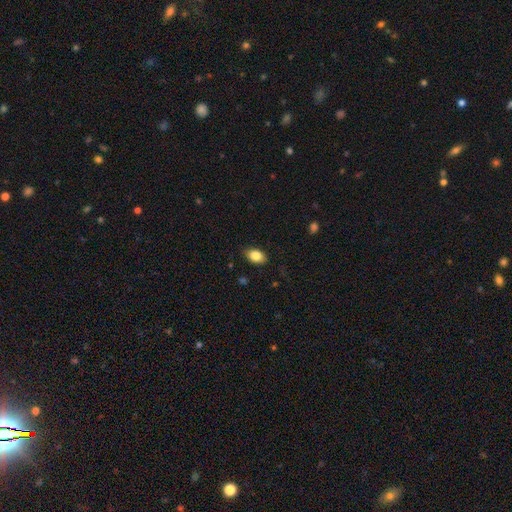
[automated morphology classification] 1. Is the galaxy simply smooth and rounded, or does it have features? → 85% smooth, 8% star or artifact, 8% featured or disk.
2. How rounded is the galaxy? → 87% in between, 11% round, 1% cigar-shaped.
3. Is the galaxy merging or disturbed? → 84% none, 13% minor disturbance, 3% major disturbance, 1% merger.